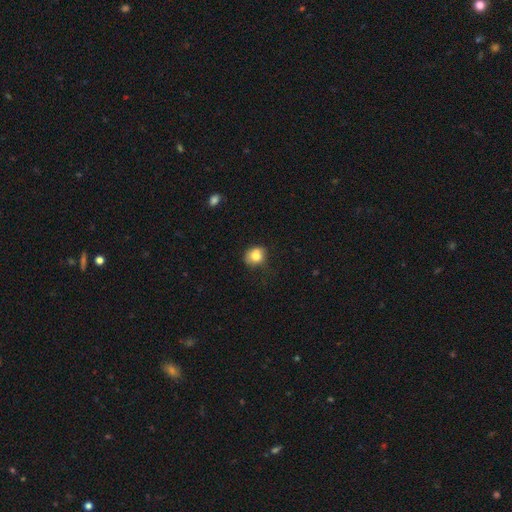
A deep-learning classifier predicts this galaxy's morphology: The model was most divided on "merging": none: 59%, minor disturbance: 29%, major disturbance: 9%, merger: 3%. More confident: smooth or featured — smooth (79%); how rounded — round (66%).